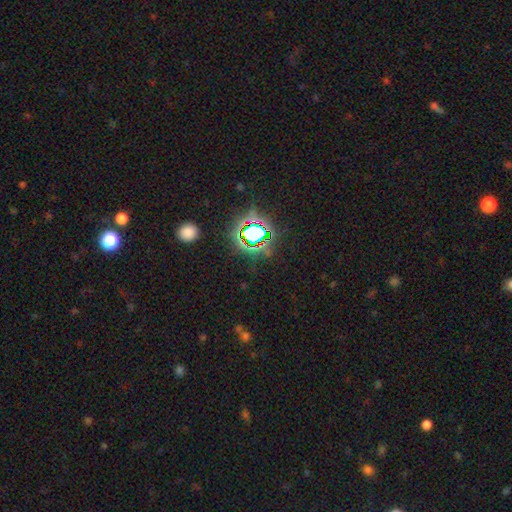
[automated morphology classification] smooth-or-featured: star or artifact: 79% | smooth: 14% | featured or disk: 7%